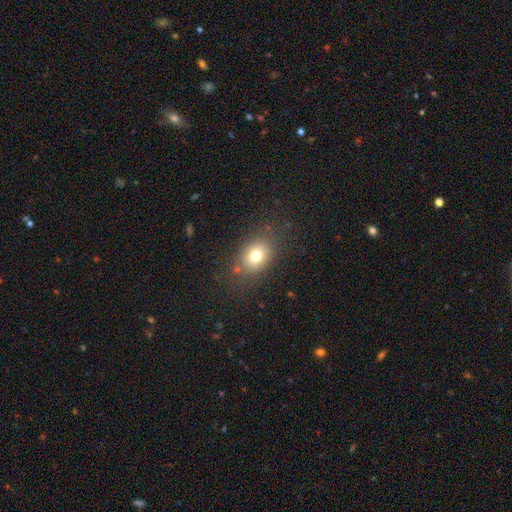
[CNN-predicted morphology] A smooth galaxy with no disk features (76%) that is in between round and cigar-shaped (63%).

Vote fractions:
- Smooth or featured? smooth: 76% / star or artifact: 12% / featured or disk: 12%
- How rounded? in between: 63% / round: 36% / cigar-shaped: 1%
- Merging? none: 80% / minor disturbance: 13% / major disturbance: 5% / merger: 2%